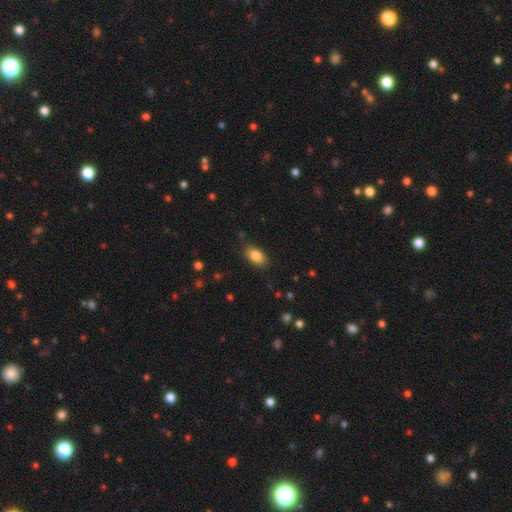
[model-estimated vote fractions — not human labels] Morphology: type=smooth (86%); roundness=in between (91%); merging=none (84%).